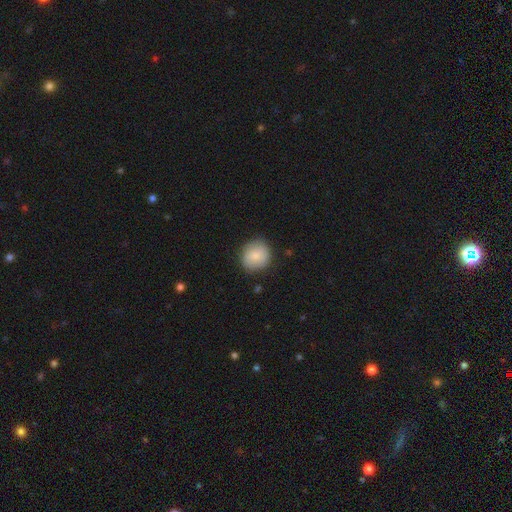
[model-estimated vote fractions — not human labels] This appears to be a smooth galaxy with no disk features (82%) that is round (86%). Merging: none (84%).